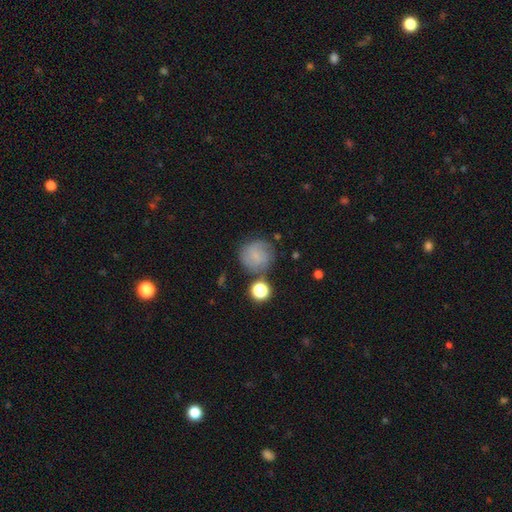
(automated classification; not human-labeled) Smooth or featured? Predicted: smooth (p=0.60). How rounded? Predicted: round (p=0.89). Merging? Predicted: none (p=0.66).